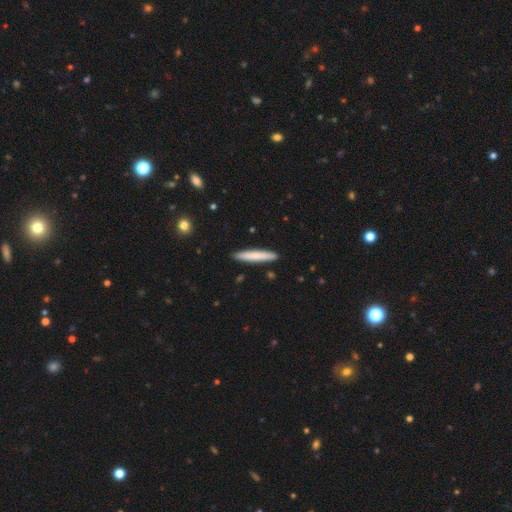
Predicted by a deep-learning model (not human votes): Morphology: type=smooth (76%); roundness=cigar-shaped (94%); merging=none (91%).